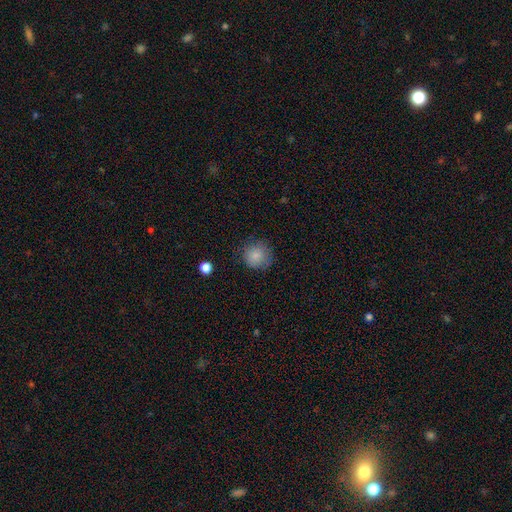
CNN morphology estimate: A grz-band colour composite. It shows a smooth galaxy with no disk features (84%) that is round (92%). Merging: none (80%).